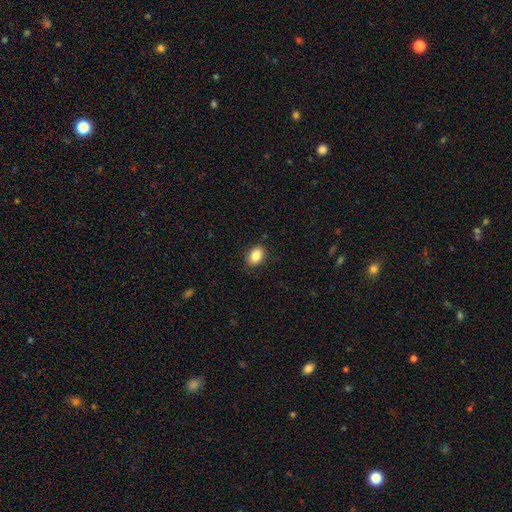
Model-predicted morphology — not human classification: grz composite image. It shows a smooth galaxy with no disk features (86%) that is in between round and cigar-shaped (76%). Merging: none (87%).